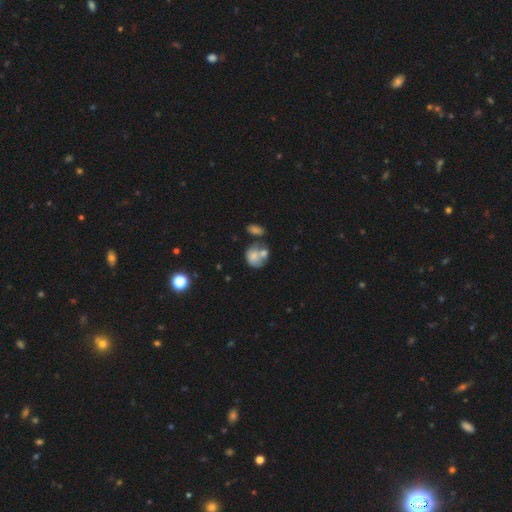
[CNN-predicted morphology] type=smooth (67%); roundness=round (53%); merging=merger (48%).